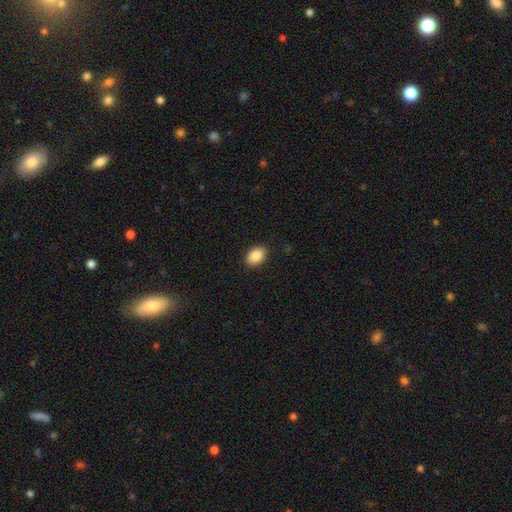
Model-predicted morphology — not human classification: Overall: smooth (88%). How rounded: in between (84%). Merging: none (89%).